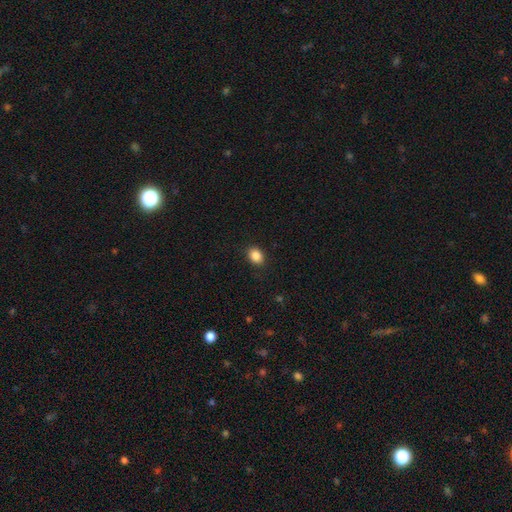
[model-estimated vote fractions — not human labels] Smooth or featured?
  - smooth: 87% *
  - star or artifact: 9%
  - featured or disk: 4%
How rounded?
  - in between: 63% *
  - round: 36%
  - cigar-shaped: 1%
Merging?
  - none: 88% *
  - minor disturbance: 9%
  - major disturbance: 2%
  - merger: 1%